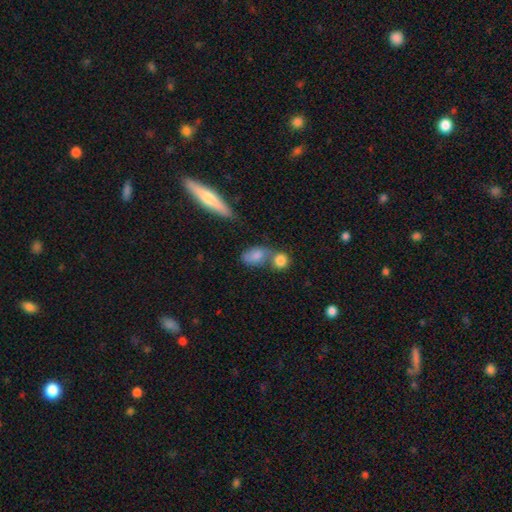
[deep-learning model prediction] smooth-or-featured: smooth: 75% | featured or disk: 16% | star or artifact: 9%
  how-rounded: in between: 77% | round: 18% | cigar-shaped: 5%
  merging: merger: 41% | none: 35% | minor disturbance: 16% | major disturbance: 8%